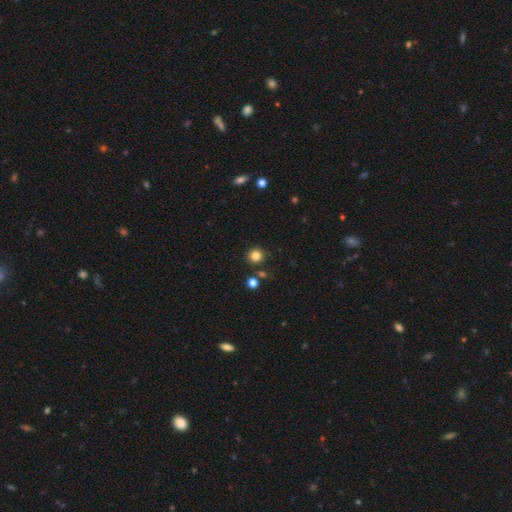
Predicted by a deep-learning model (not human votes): Smooth or featured?
  - smooth: 82% *
  - star or artifact: 13%
  - featured or disk: 5%
How rounded?
  - round: 92% *
  - in between: 7%
  - cigar-shaped: 1%
Merging?
  - none: 86% *
  - minor disturbance: 7%
  - merger: 5%
  - major disturbance: 2%